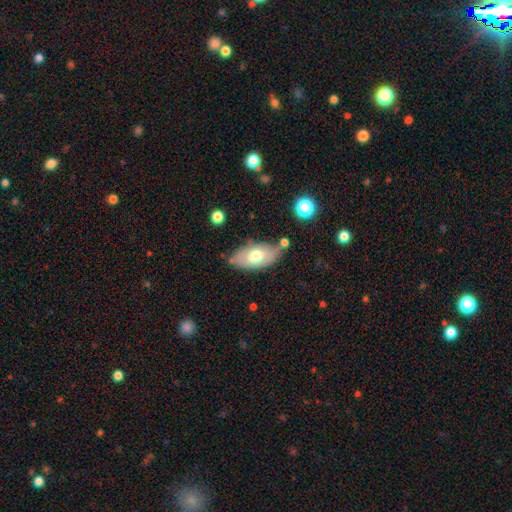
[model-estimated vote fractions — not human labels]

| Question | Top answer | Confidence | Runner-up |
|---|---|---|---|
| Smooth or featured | smooth | 62% | featured or disk (32%) |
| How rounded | in between | 91% | cigar-shaped (5%) |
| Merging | none | 64% | minor disturbance (21%) |